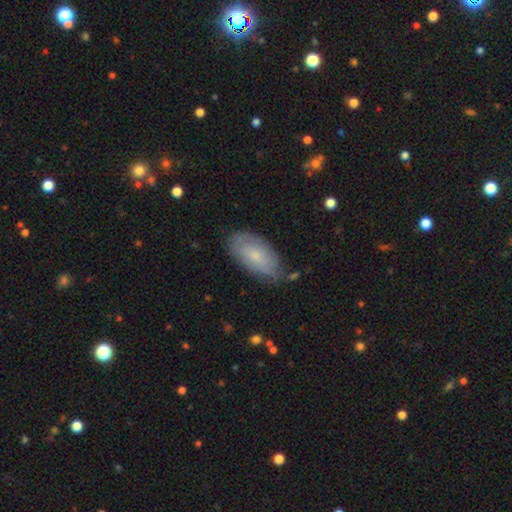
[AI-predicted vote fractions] Overall: smooth (68%). How rounded: in between (92%). Merging: none (70%).